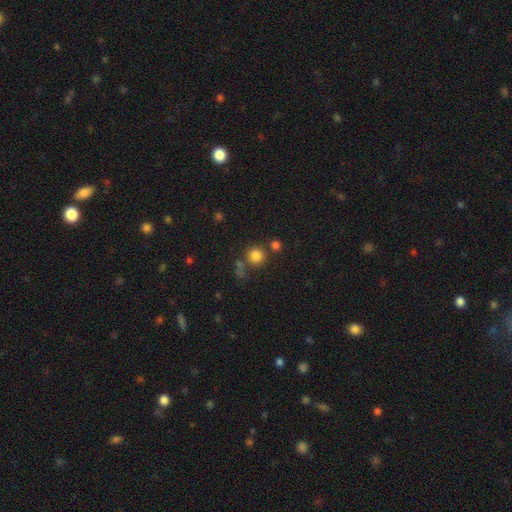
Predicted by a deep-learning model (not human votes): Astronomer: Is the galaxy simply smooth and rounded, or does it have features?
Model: smooth — 81%.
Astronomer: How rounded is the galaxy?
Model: round — 93%.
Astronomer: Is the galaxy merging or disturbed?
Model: none — 72%.